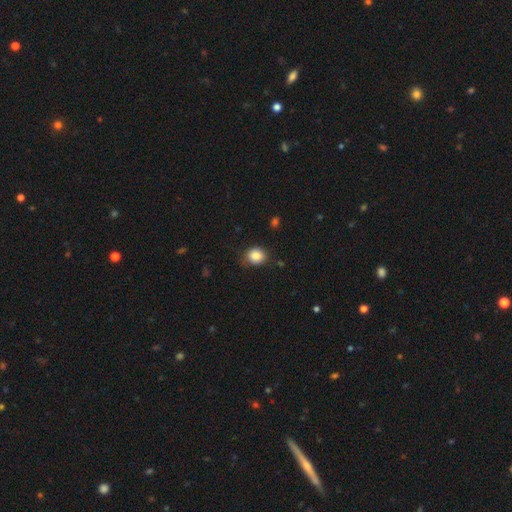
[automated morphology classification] Smooth or featured: smooth — 85% (star or artifact — 9%)
How rounded: round — 73% (in between — 26%)
Merging: none — 79% (minor disturbance — 16%)